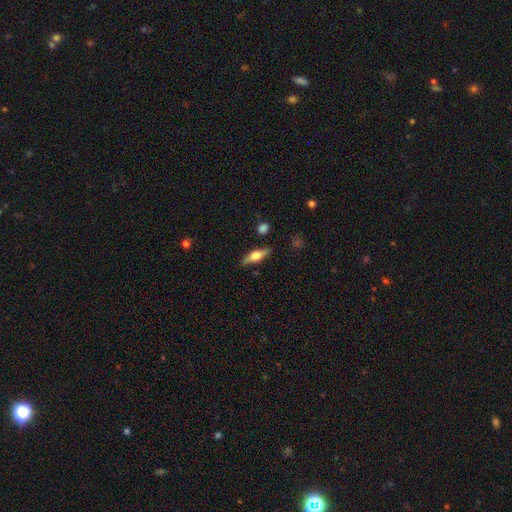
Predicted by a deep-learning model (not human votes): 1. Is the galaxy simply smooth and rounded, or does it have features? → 51% smooth, 42% featured or disk, 7% star or artifact.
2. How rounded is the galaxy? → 48% in between (tied), 48% cigar-shaped (tied), 4% round.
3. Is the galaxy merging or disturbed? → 84% none, 12% minor disturbance, 3% major disturbance, 2% merger.